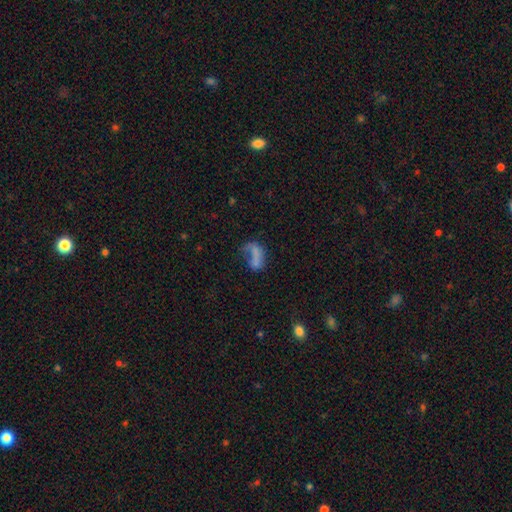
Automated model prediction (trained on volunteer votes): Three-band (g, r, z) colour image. It shows a smooth galaxy with no disk features (57%) that is in between round and cigar-shaped (78%). Merging: major disturbance (42%).